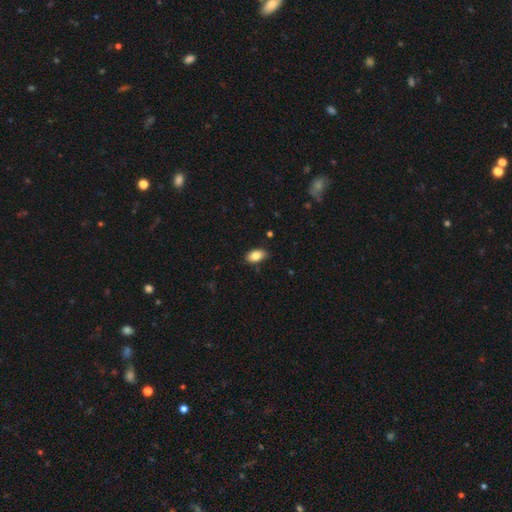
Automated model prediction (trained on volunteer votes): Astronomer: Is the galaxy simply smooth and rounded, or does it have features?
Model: smooth — 85%.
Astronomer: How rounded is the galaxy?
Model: in between — 92%.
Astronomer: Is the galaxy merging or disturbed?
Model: none — 82%.